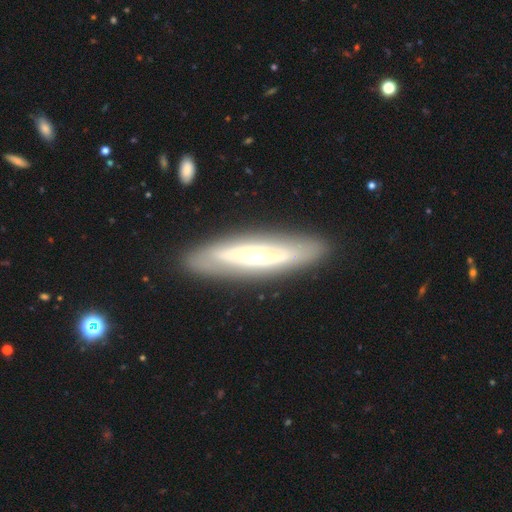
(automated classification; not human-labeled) A featured or disk galaxy (66%). Merging: none (85%).